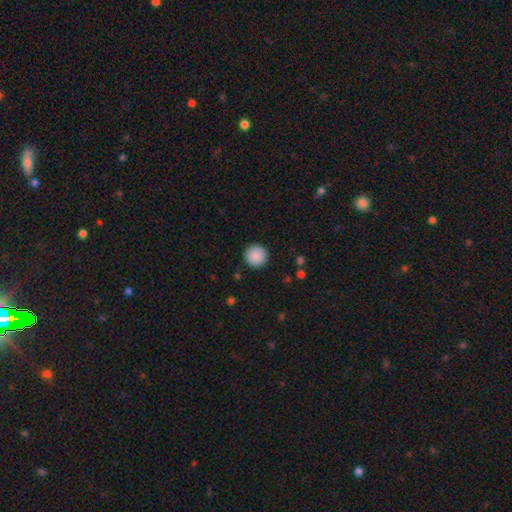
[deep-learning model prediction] smooth 89%, star or artifact 8%, featured or disk 3%. Down the decision tree: how rounded — round (96%); merging — none (92%).